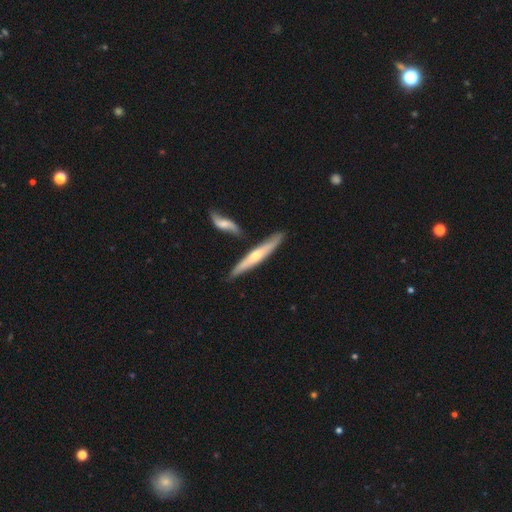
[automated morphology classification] Smooth or featured? featured or disk (61%)
Edge-on disk? yes (90%)
Edge-on bulge? rounded (79%)
Merging? none (75%)